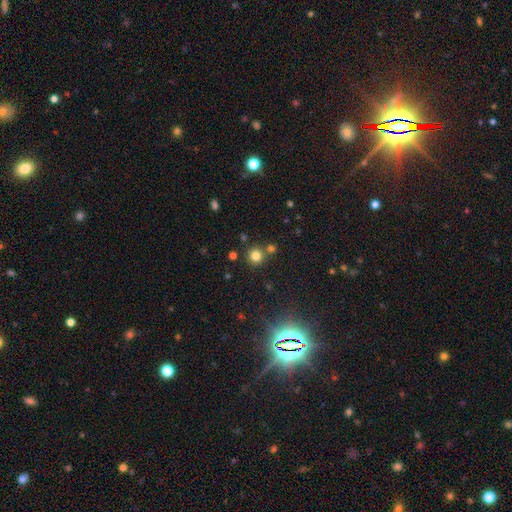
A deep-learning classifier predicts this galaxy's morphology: smooth 77%, star or artifact 17%, featured or disk 6%. Down the decision tree: how rounded — round (93%); merging — none (77%).